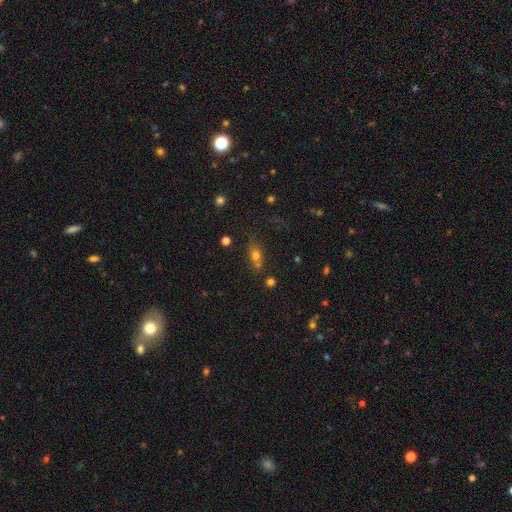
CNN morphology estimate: Smooth or featured? Predicted: smooth (p=0.68). How rounded? Predicted: in between (p=0.53). Merging? Predicted: none (p=0.50).